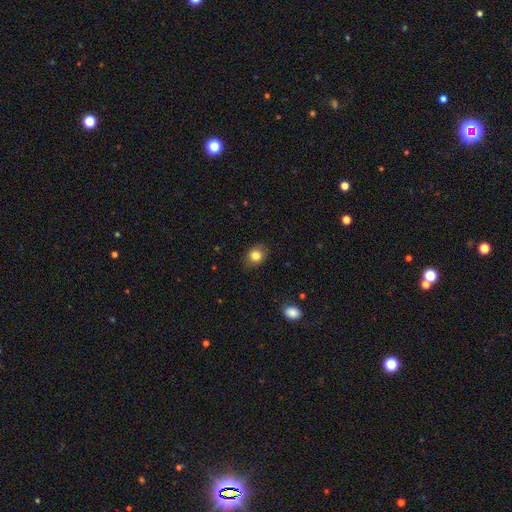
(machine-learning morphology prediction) Smooth or featured?
  - smooth: 83% *
  - star or artifact: 10%
  - featured or disk: 7%
How rounded?
  - round: 62% *
  - in between: 37%
  - cigar-shaped: 1%
Merging?
  - none: 84% *
  - minor disturbance: 12%
  - major disturbance: 3%
  - merger: 1%